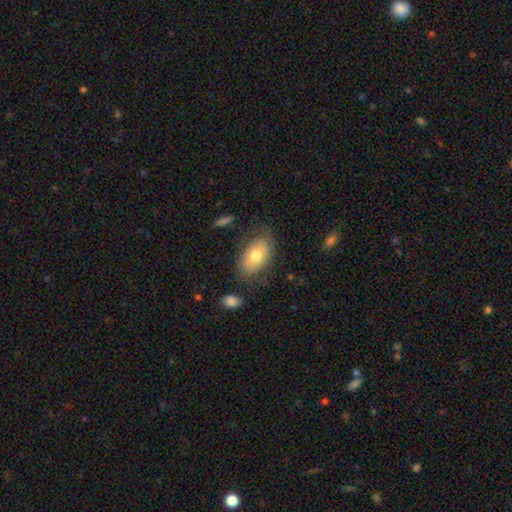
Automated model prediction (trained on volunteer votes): smooth-or-featured: smooth: 66% | featured or disk: 27% | star or artifact: 7%
  how-rounded: in between: 91% | round: 7% | cigar-shaped: 2%
  merging: none: 67% | minor disturbance: 21% | major disturbance: 9% | merger: 3%